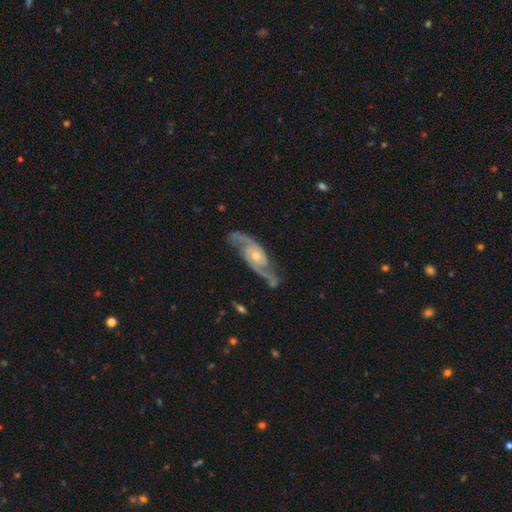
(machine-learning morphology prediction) A featured or disk galaxy (90%) with no bar (62%), 2 (91%) medium (52%) spiral arms (97%) and a small central bulge (52%).

Vote fractions:
- Smooth or featured? featured or disk: 90% / smooth: 5% / star or artifact: 5%
- Edge-on disk? no: 92% / yes: 8%
- Bar? no: 62% / weak: 30% / strong: 8%
- Spiral arms? yes: 97% / no: 3%
- Spiral winding? medium: 52% / tight: 24% / loose: 23%
- Spiral arm count? 2: 91% / can't tell: 3% / 3: 2% / 1: 1% / 4: 1% / more than 4: 1%
- Bulge size? small: 52% / moderate: 43% / large: 2% / none: 2% / dominant: 1%
- Merging? none: 75% / minor disturbance: 16% / major disturbance: 6% / merger: 3%